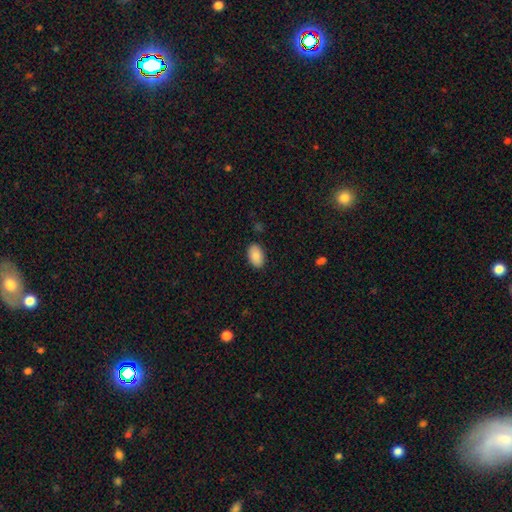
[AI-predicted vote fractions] Smooth or featured: smooth — 87% (star or artifact — 7%)
How rounded: in between — 93% (round — 6%)
Merging: none — 88% (minor disturbance — 9%)